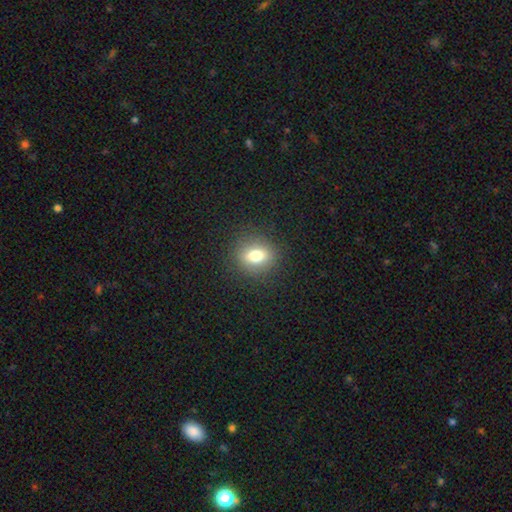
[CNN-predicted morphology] Smooth or featured?
  - smooth: 75% *
  - featured or disk: 13%
  - star or artifact: 12%
How rounded?
  - round: 61% *
  - in between: 38%
  - cigar-shaped: 2%
Merging?
  - none: 88% *
  - minor disturbance: 8%
  - major disturbance: 3%
  - merger: 1%